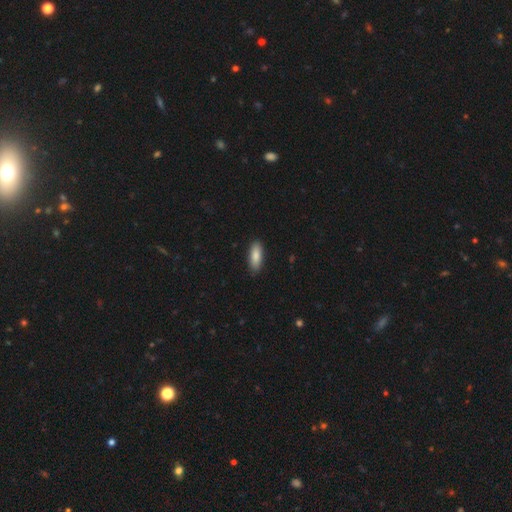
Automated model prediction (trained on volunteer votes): Smooth or featured? smooth (86%)
How rounded? in between (75%)
Merging? none (88%)